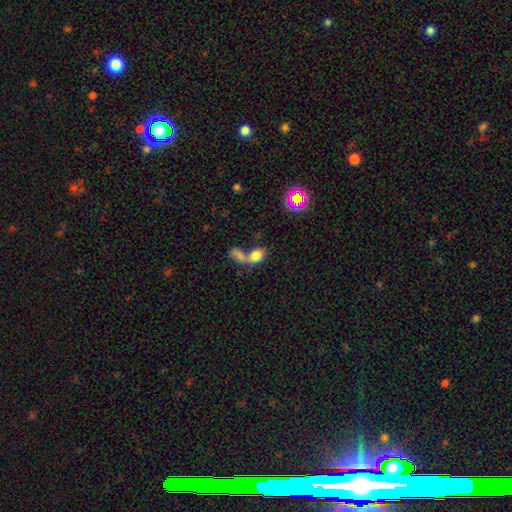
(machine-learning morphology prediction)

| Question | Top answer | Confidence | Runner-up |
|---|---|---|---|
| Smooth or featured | smooth | 72% | featured or disk (17%) |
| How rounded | in between | 79% | round (18%) |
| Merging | merger | 67% | none (18%) |